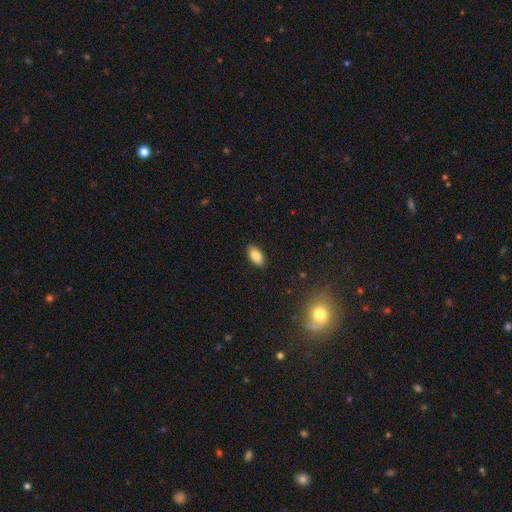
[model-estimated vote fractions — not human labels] smooth 85%, star or artifact 8%, featured or disk 7%. Down the decision tree: how rounded — in between (91%); merging — none (88%).